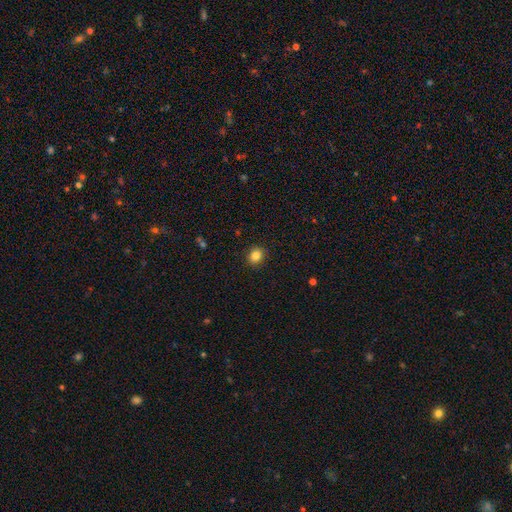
A smooth galaxy with no disk features (82%) that is round (67%).

Vote fractions:
- Smooth or featured? smooth: 82% / star or artifact: 10% / featured or disk: 8%
- How rounded? round: 67% / in between: 30% / cigar-shaped: 3%
- Merging? none: 92% / minor disturbance: 8% / major disturbance: 0% / merger: 0%